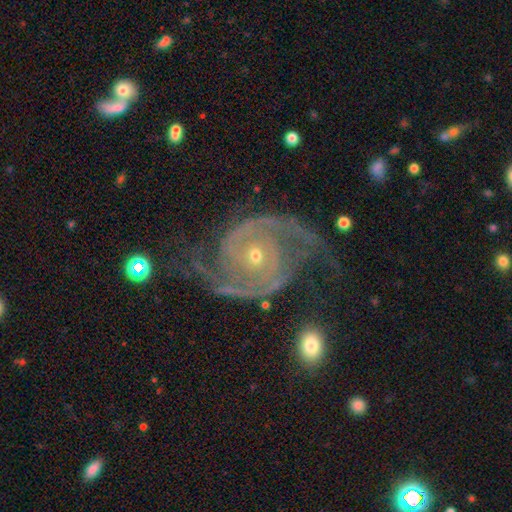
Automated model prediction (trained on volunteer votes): Morphology: type=featured or disk (92%); edge-on=no (98%); bar=no (66%); spiral arms=yes (98%); winding=tight (44%); arm count=2 (81%); bulge=small (67%); merging=none (64%).